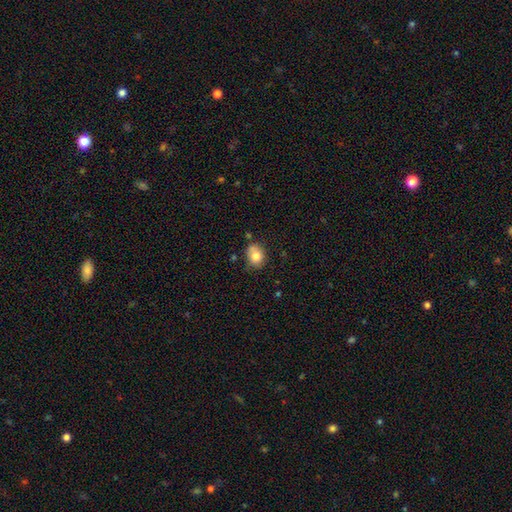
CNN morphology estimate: smooth 81%, featured or disk 10%, star or artifact 9%. Down the decision tree: how rounded — in between (53%); merging — none (63%).